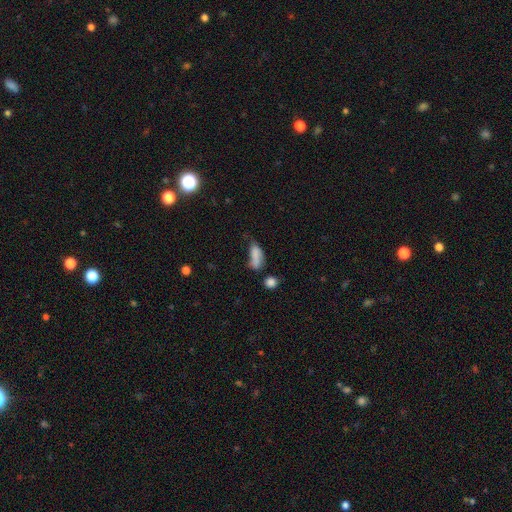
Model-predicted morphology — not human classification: Smooth or featured? smooth (77%)
How rounded? in between (75%)
Merging? none (33%)